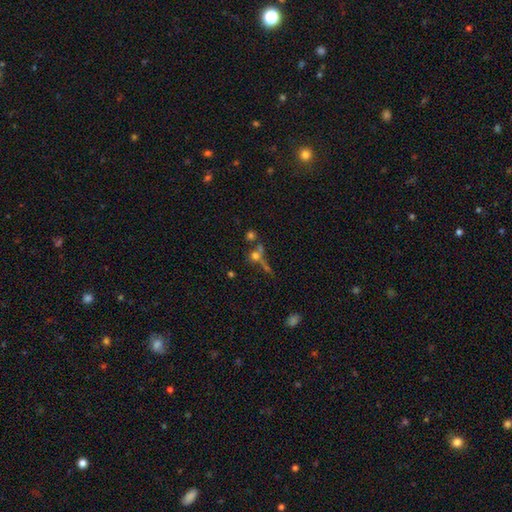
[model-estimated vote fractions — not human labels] Q: Smooth or featured?
A: smooth (55%); runner-up: star or artifact (23%)
Q: How rounded?
A: round (81%); runner-up: in between (15%)
Q: Merging?
A: none (42%); runner-up: merger (40%)